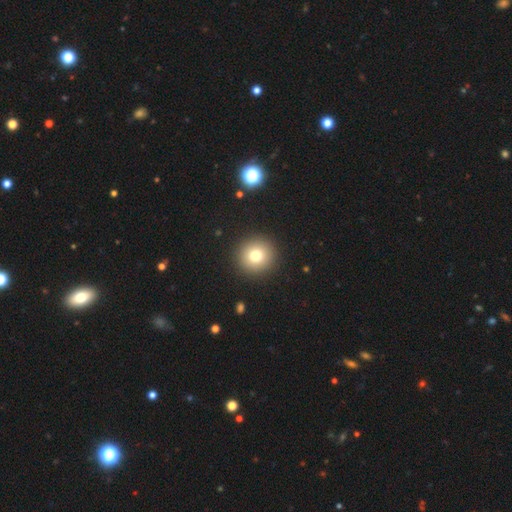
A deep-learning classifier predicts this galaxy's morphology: Smooth or featured? Predicted: smooth (p=0.77). How rounded? Predicted: round (p=0.94). Merging? Predicted: none (p=0.92).